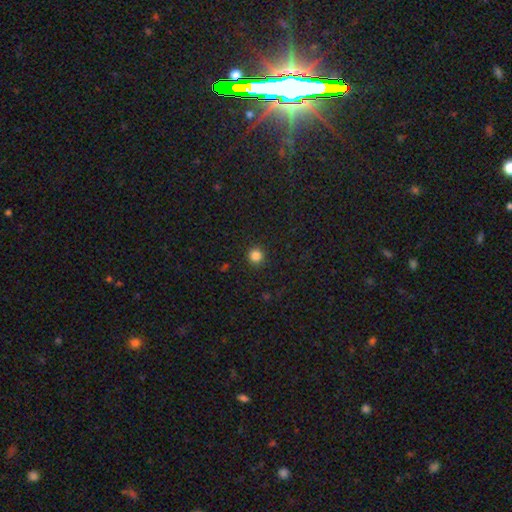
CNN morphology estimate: Overall: smooth (84%). How rounded: round (94%). Merging: none (93%).